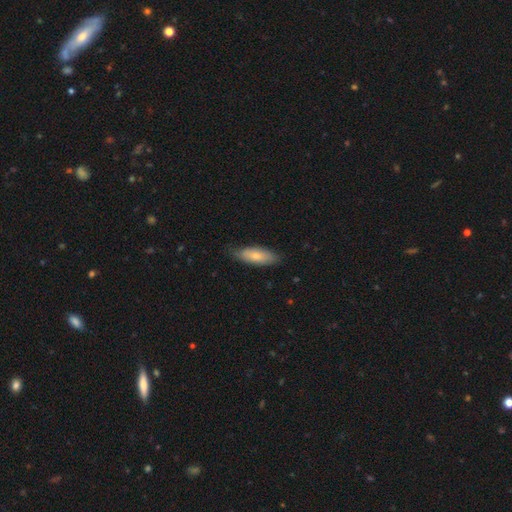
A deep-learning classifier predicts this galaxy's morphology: smooth 74%, featured or disk 21%, star or artifact 6%. Down the decision tree: how rounded — in between (66%); merging — none (76%).